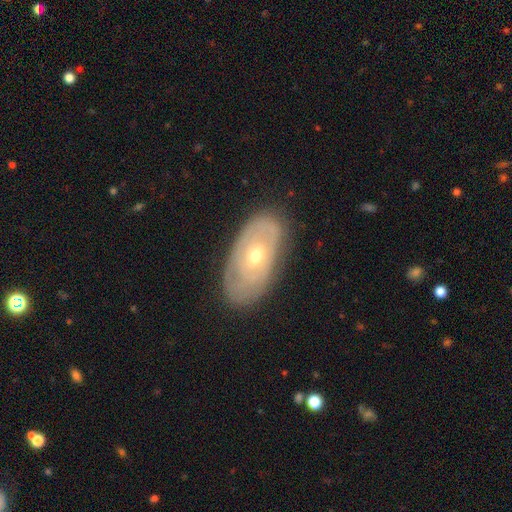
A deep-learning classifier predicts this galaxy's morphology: Smooth or featured?
  - featured or disk: 64% *
  - smooth: 30%
  - star or artifact: 6%
Edge-on disk?
  - no: 89% *
  - yes: 11%
Bar?
  - no: 79% *
  - weak: 16%
  - strong: 5%
Spiral arms?
  - no: 56% *
  - yes: 44%
Bulge size?
  - moderate: 58% *
  - small: 37%
  - large: 3%
  - dominant: 1%
  - none: 1%
Merging?
  - none: 81% *
  - minor disturbance: 14%
  - major disturbance: 4%
  - merger: 1%